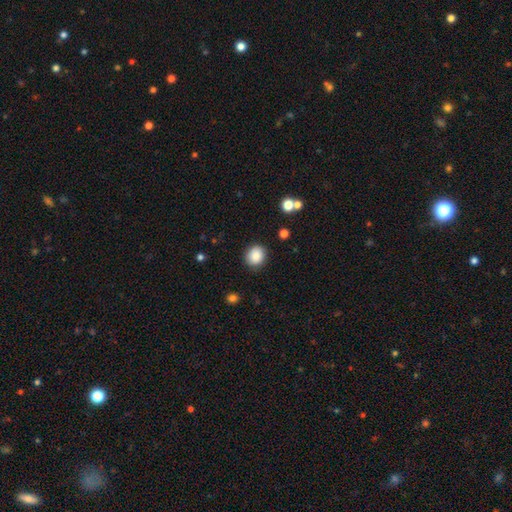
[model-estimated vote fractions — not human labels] Smooth or featured?
  - smooth: 87% *
  - star or artifact: 9%
  - featured or disk: 4%
How rounded?
  - round: 79% *
  - in between: 20%
  - cigar-shaped: 1%
Merging?
  - none: 87% *
  - minor disturbance: 9%
  - major disturbance: 3%
  - merger: 1%